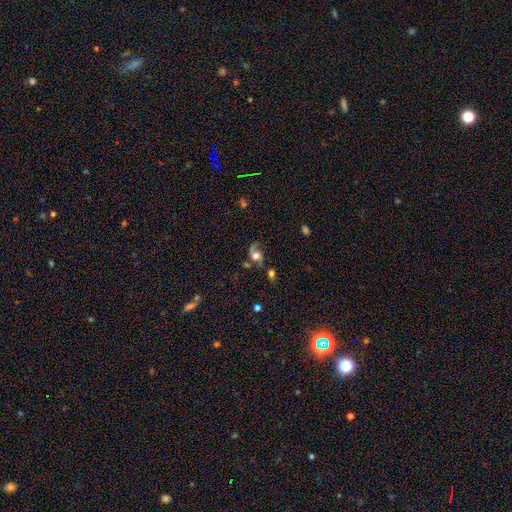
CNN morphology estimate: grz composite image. It shows a featured or disk galaxy (55%) with no bar (74%), spiral arms (82%) and a large central bulge (44%). Merging: none (47%).